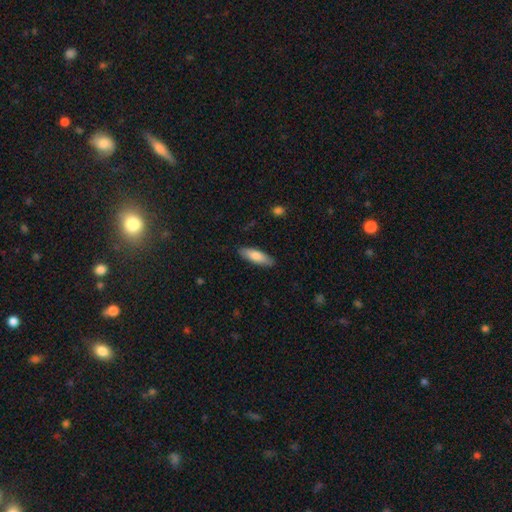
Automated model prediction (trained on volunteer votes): Morphology: type=smooth (80%); roundness=in between (54%); merging=none (87%).